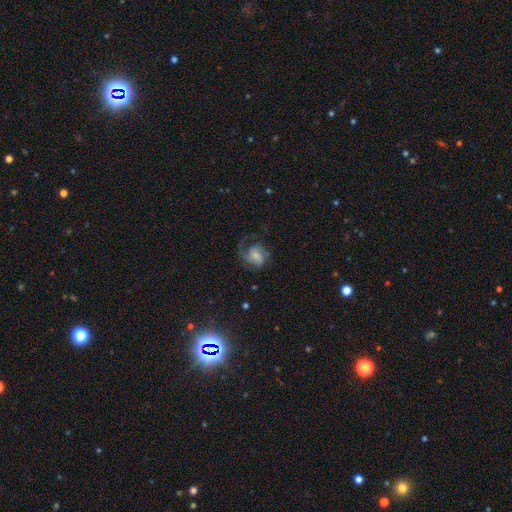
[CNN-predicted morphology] A featured or disk galaxy (61%) with no bar (57%), 2 (41%) medium (46%) spiral arms (88%) and a small central bulge (40%). Merging: none (50%).